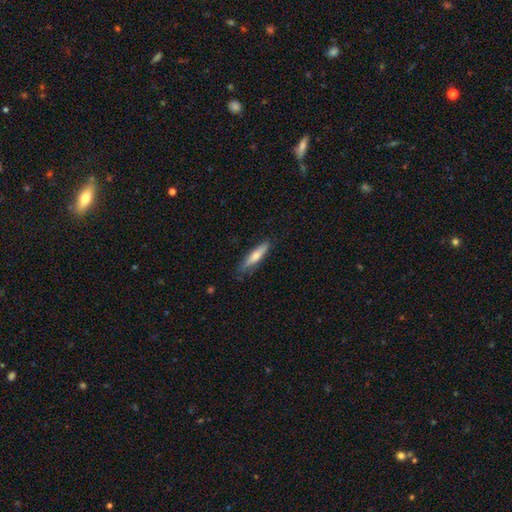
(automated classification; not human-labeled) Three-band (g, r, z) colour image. It shows a smooth galaxy with no disk features (65%) that is cigar-shaped (81%). Merging: none (81%).